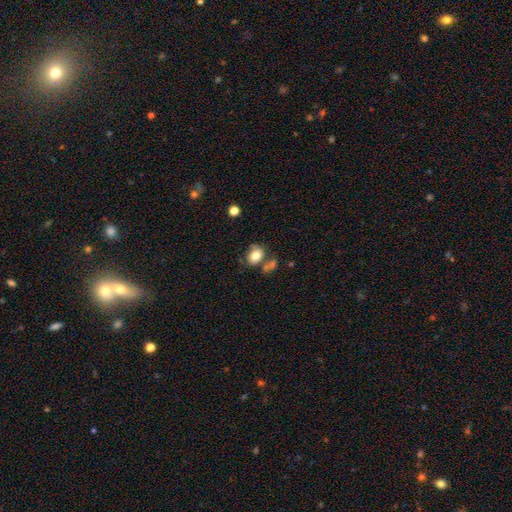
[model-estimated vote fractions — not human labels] The model was most divided on "how rounded": in between: 65%, round: 34%, cigar-shaped: 1%. More confident: smooth or featured — smooth (77%); merging — none (54%).